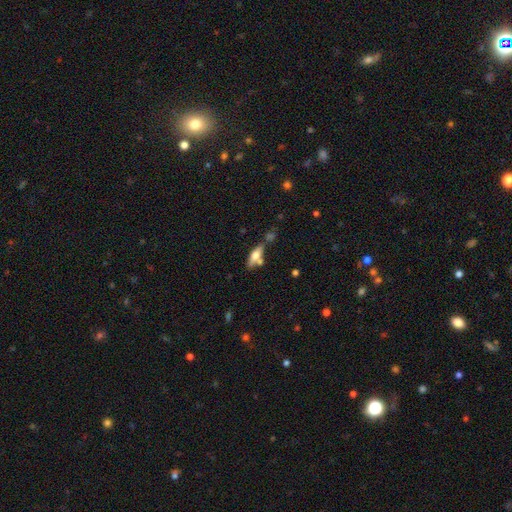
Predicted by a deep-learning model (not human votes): Morphology: type=smooth (51%); roundness=in between (50%); merging=none (58%).